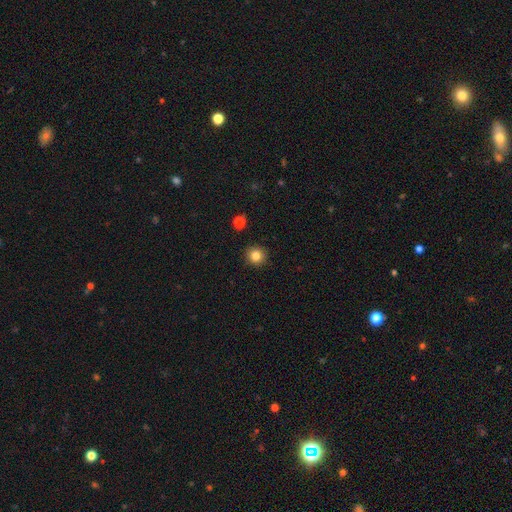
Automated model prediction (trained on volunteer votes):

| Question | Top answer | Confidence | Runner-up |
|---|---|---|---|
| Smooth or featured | smooth | 82% | star or artifact (12%) |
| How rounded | round | 94% | in between (5%) |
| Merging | none | 92% | minor disturbance (5%) |